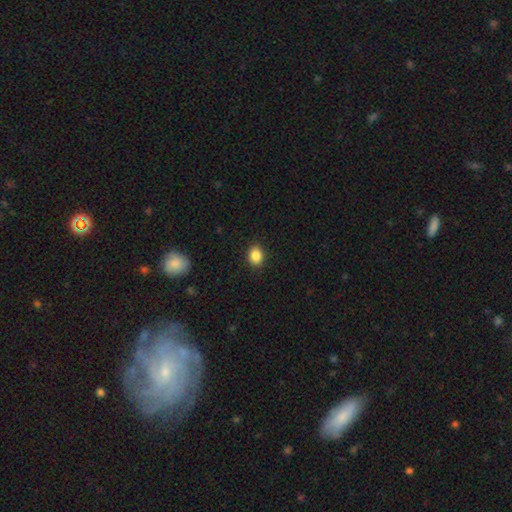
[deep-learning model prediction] smooth_or_featured: smooth (p=0.87) [alt: star or artifact p=0.09]
how_rounded: round (p=0.51) [alt: in between p=0.48]
merging: none (p=0.89) [alt: minor disturbance p=0.08]